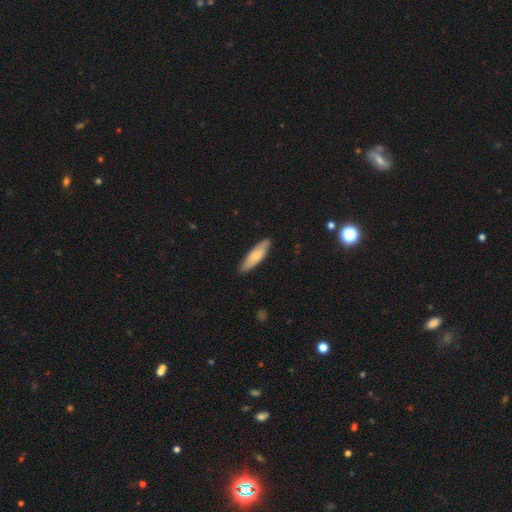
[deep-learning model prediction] smooth_or_featured: smooth (p=0.69) [alt: featured or disk p=0.25]
how_rounded: cigar-shaped (p=0.63) [alt: in between p=0.35]
merging: none (p=0.85) [alt: minor disturbance p=0.12]